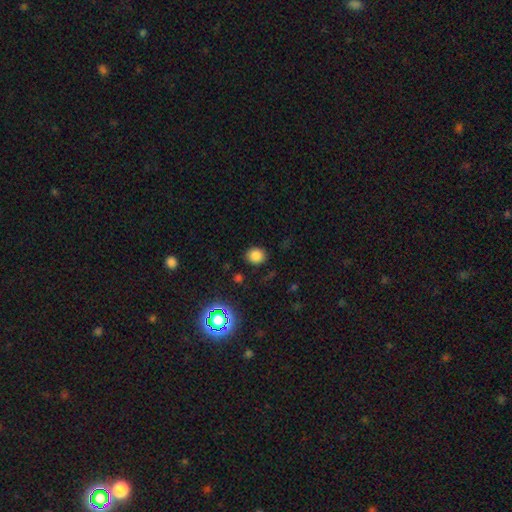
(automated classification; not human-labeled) smooth 80%, star or artifact 15%, featured or disk 5%. Down the decision tree: how rounded — round (78%); merging — none (87%).